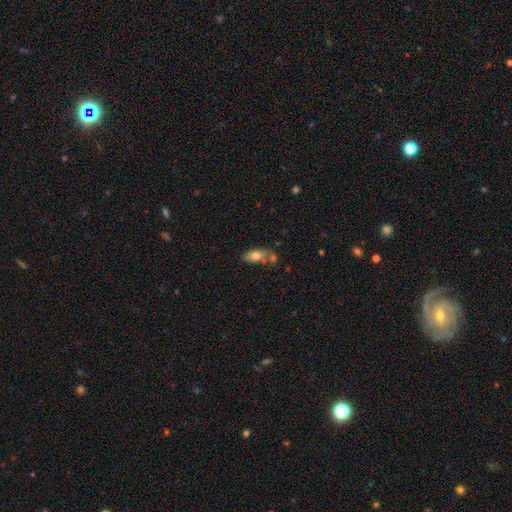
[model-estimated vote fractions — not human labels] Morphology: type=smooth (76%); roundness=in between (87%); merging=none (53%).